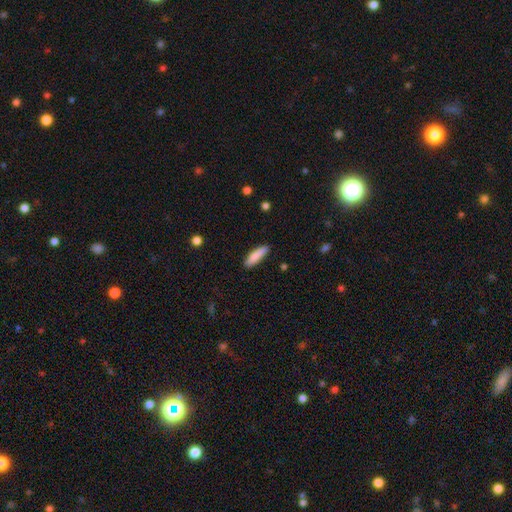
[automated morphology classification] smooth 85%, featured or disk 10%, star or artifact 6%. Down the decision tree: how rounded — cigar-shaped (73%); merging — none (87%).